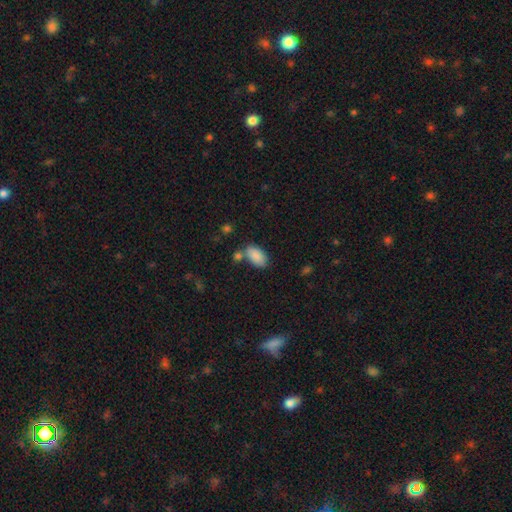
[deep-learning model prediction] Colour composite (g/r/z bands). It shows a smooth galaxy with no disk features (87%) that is in between round and cigar-shaped (94%). Merging: none (61%).